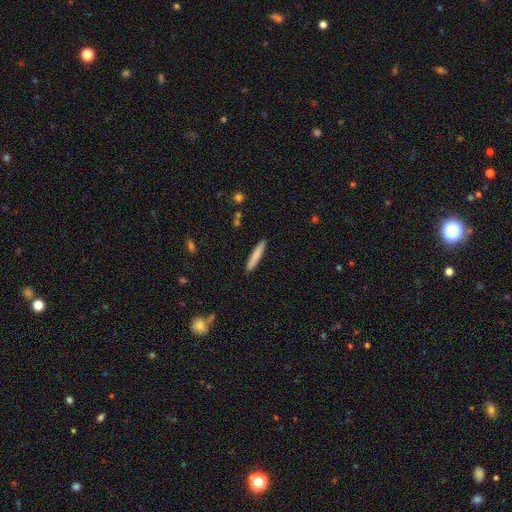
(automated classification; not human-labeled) This appears to be a smooth galaxy with no disk features (80%) that is cigar-shaped (94%). Merging: none (90%).